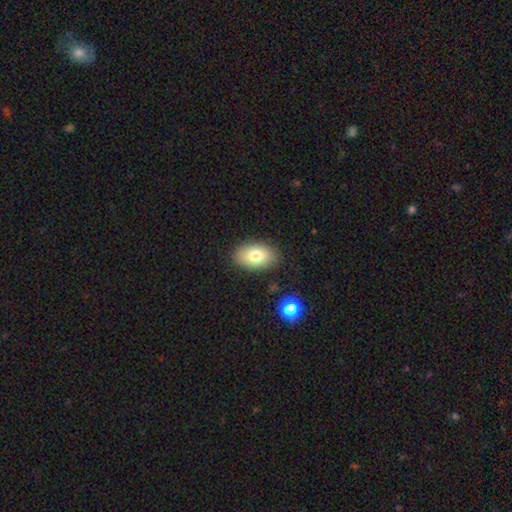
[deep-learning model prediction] A smooth galaxy with no disk features (77%) that is in between round and cigar-shaped (90%).

Vote fractions:
- Smooth or featured? smooth: 77% / featured or disk: 14% / star or artifact: 8%
- How rounded? in between: 90% / round: 9% / cigar-shaped: 1%
- Merging? none: 86% / minor disturbance: 10% / major disturbance: 3% / merger: 2%